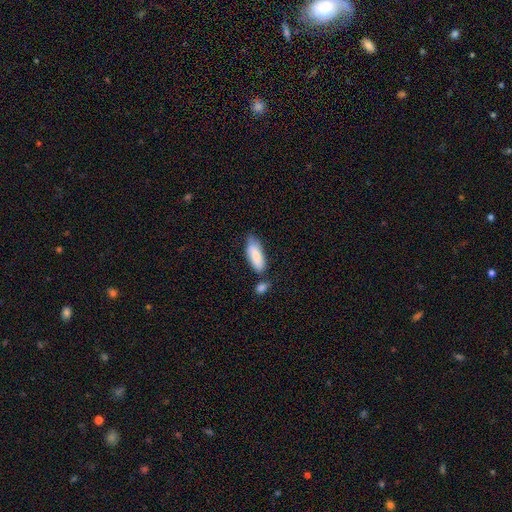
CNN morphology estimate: This appears to be a smooth galaxy with no disk features (83%) that is in between round and cigar-shaped (70%). Merging: none (55%).